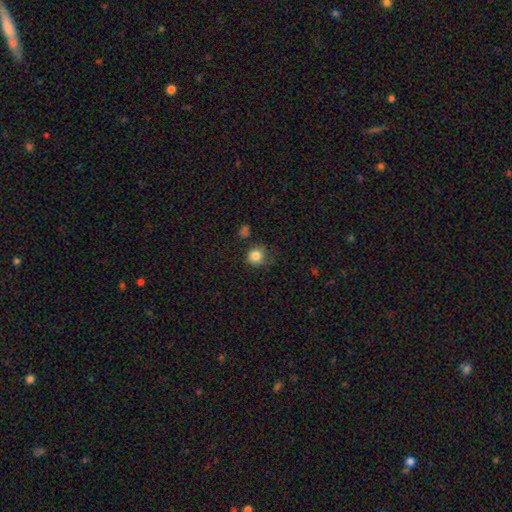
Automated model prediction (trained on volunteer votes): Q: Smooth or featured?
A: smooth (84%); runner-up: star or artifact (10%)
Q: How rounded?
A: round (87%); runner-up: in between (12%)
Q: Merging?
A: none (70%); runner-up: minor disturbance (20%)